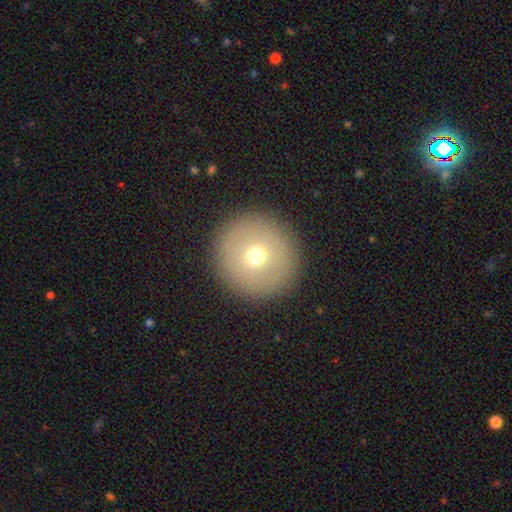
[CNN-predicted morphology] type=smooth (67%); roundness=round (95%); merging=none (91%).